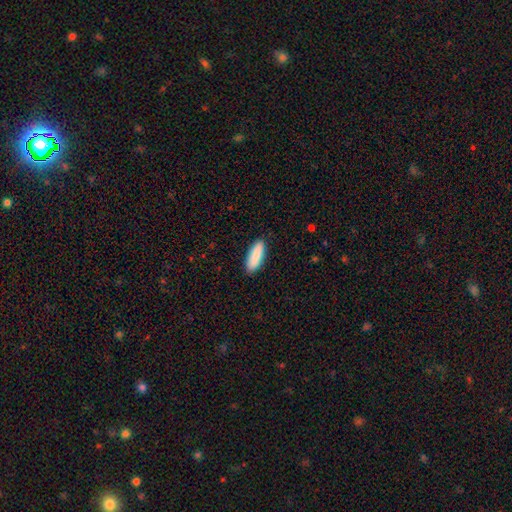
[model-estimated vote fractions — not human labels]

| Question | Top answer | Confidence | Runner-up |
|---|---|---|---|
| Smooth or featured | smooth | 88% | featured or disk (7%) |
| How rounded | in between | 65% | cigar-shaped (34%) |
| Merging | none | 89% | minor disturbance (9%) |